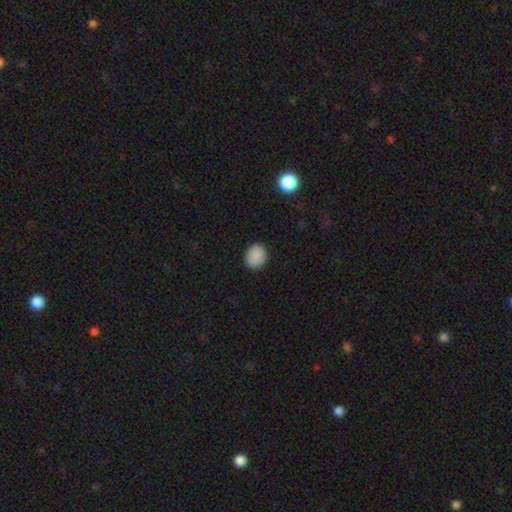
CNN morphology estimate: smooth 89%, star or artifact 9%, featured or disk 3%. Down the decision tree: how rounded — round (64%); merging — none (90%).